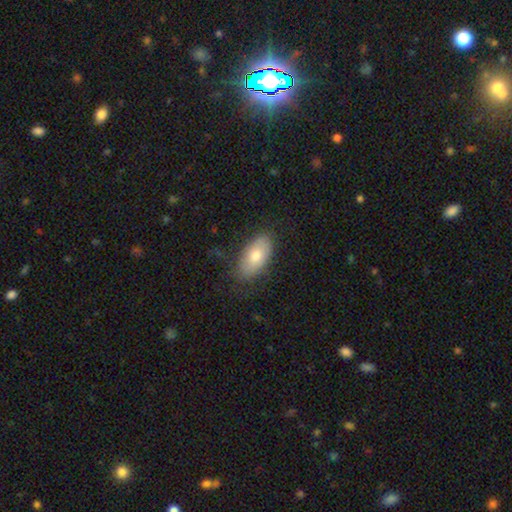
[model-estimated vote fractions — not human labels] This is likely a smooth galaxy (74%). How rounded: clearly in between (93%). Merging: clearly none (80%).